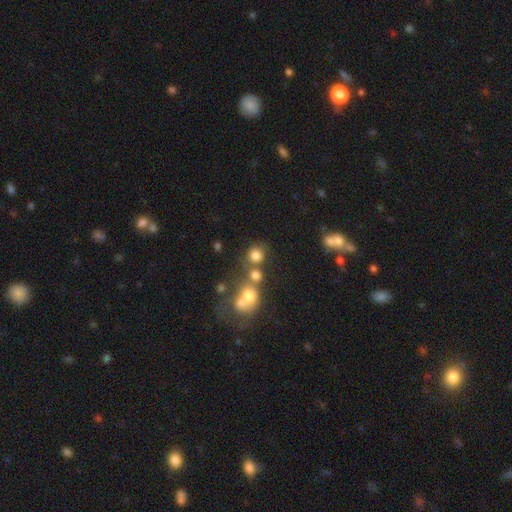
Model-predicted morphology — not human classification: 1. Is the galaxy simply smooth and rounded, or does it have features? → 75% smooth, 14% star or artifact, 10% featured or disk.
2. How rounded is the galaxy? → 86% round, 13% in between, 1% cigar-shaped.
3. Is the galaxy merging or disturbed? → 55% none, 29% merger, 10% minor disturbance, 7% major disturbance.